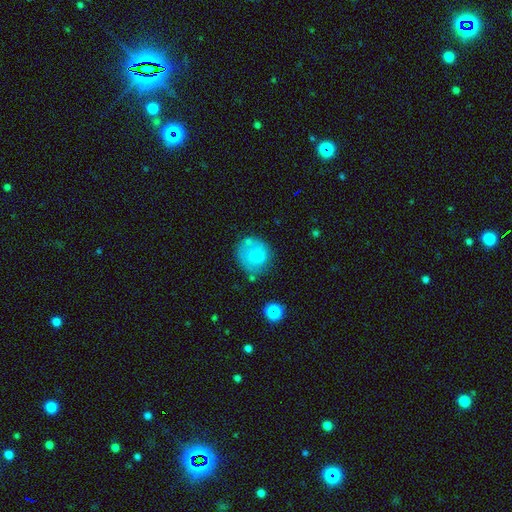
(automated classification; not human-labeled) Smooth or featured?
  - smooth: 68% *
  - featured or disk: 24%
  - star or artifact: 8%
How rounded?
  - round: 80% *
  - in between: 19%
  - cigar-shaped: 1%
Merging?
  - none: 60% *
  - minor disturbance: 21%
  - major disturbance: 11%
  - merger: 7%